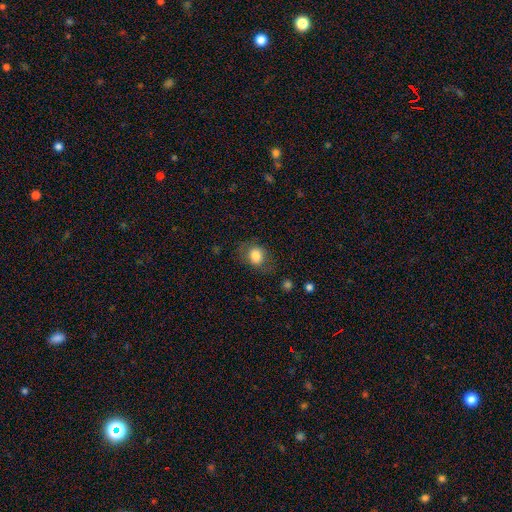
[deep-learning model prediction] smooth 78%, featured or disk 13%, star or artifact 8%. Down the decision tree: how rounded — round (54%); merging — none (72%).